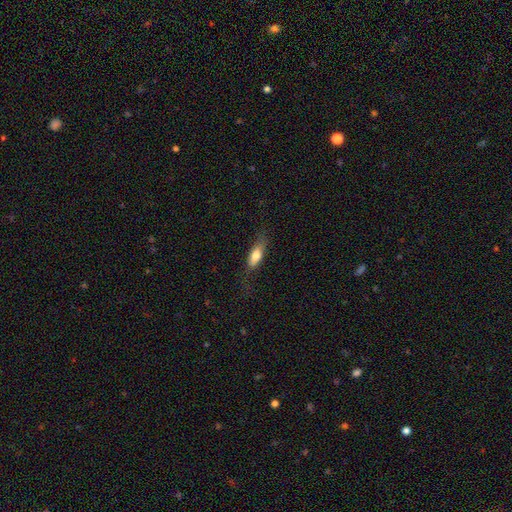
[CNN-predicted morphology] smooth-or-featured: smooth: 73% | featured or disk: 21% | star or artifact: 6%
  how-rounded: in between: 63% | cigar-shaped: 34% | round: 3%
  merging: none: 61% | minor disturbance: 25% | major disturbance: 13% | merger: 1%